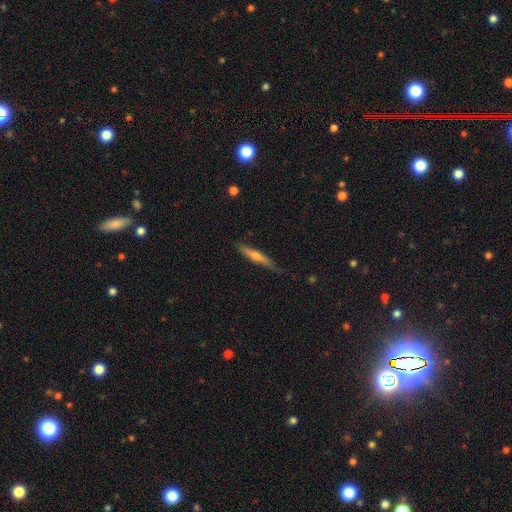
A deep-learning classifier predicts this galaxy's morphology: A featured or disk galaxy (48%).

Vote fractions:
- Smooth or featured? featured or disk: 48% / smooth: 47% / star or artifact: 6%
- Merging? none: 75% / minor disturbance: 20% / major disturbance: 3% / merger: 2%